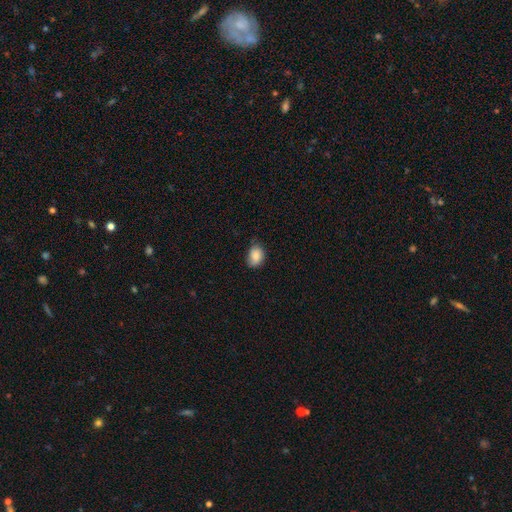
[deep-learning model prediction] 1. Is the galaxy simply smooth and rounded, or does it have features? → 86% smooth, 8% star or artifact, 6% featured or disk.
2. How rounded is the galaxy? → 74% in between, 25% round, 1% cigar-shaped.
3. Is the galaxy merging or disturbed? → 66% none, 29% minor disturbance, 5% major disturbance, 1% merger.